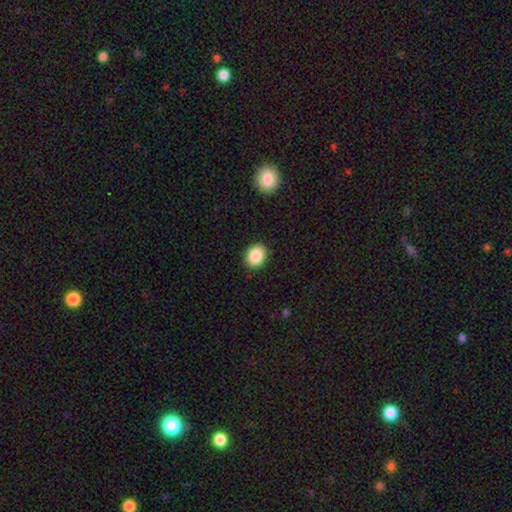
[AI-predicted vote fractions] Smooth or featured?
  - smooth: 87% *
  - star or artifact: 8%
  - featured or disk: 5%
How rounded?
  - round: 60% *
  - in between: 39%
  - cigar-shaped: 1%
Merging?
  - none: 91% *
  - minor disturbance: 7%
  - major disturbance: 2%
  - merger: 1%